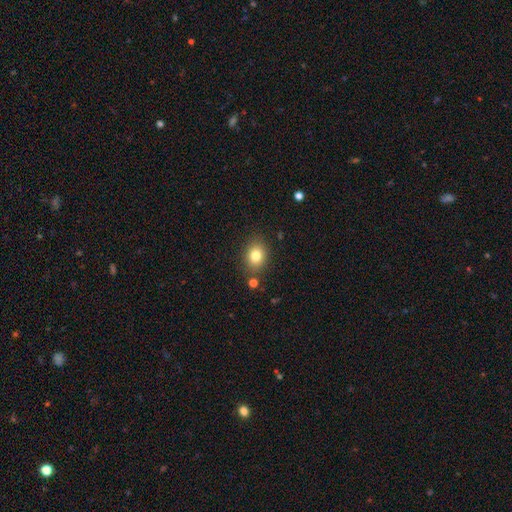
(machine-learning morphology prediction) Overall: smooth (81%). How rounded: in between (52%; round 47%). Merging: none (82%).